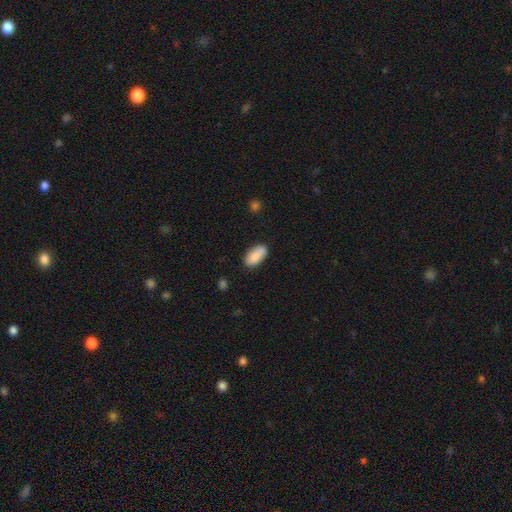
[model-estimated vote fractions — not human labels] Overall: smooth (87%). How rounded: in between (90%). Merging: none (83%).